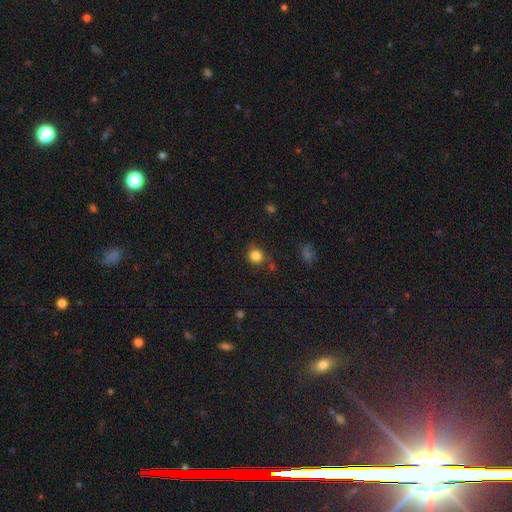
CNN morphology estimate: smooth 83%, star or artifact 12%, featured or disk 5%. Down the decision tree: how rounded — round (89%); merging — none (76%).